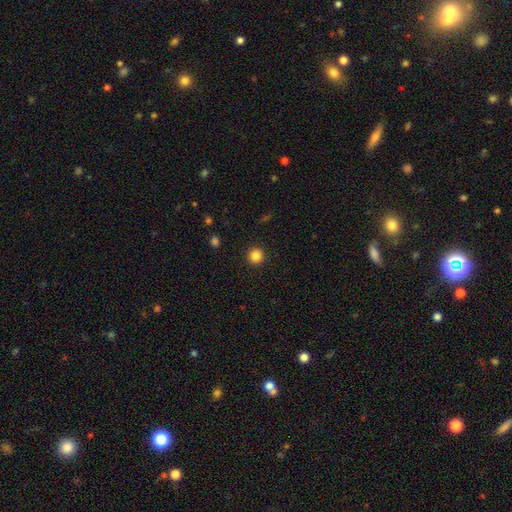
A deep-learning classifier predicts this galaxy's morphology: Smooth or featured? smooth (85%)
How rounded? round (95%)
Merging? none (93%)